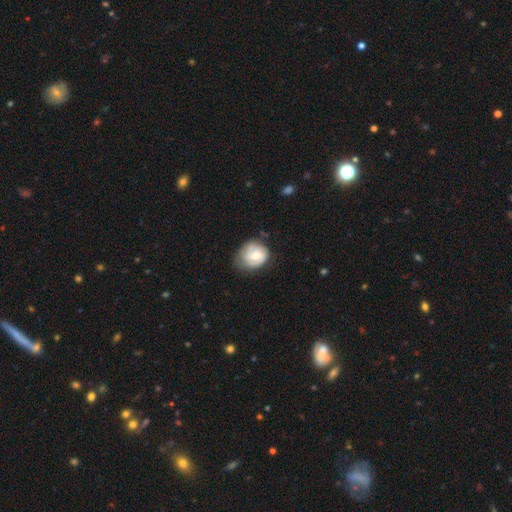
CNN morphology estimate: This is possibly a smooth galaxy (52%). How rounded: likely round (62%). Merging: possibly none (53%).